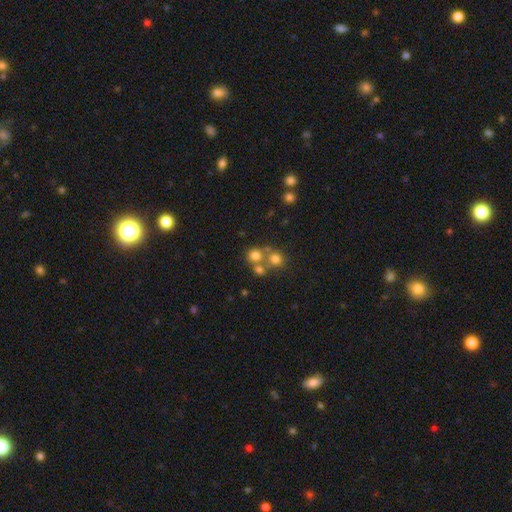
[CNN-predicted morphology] This appears to be a smooth galaxy with no disk features (70%) that is round (86%). Merging: none (53%).